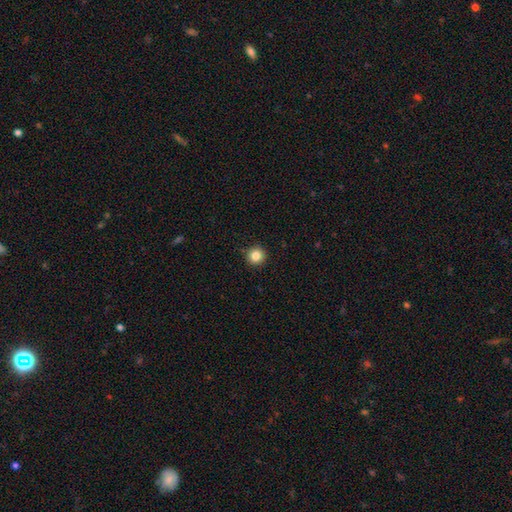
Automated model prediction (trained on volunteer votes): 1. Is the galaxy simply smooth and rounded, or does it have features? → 84% smooth, 11% star or artifact, 5% featured or disk.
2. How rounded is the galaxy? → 95% round, 4% in between, 1% cigar-shaped.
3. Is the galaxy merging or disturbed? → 92% none, 5% minor disturbance, 2% major disturbance, 1% merger.